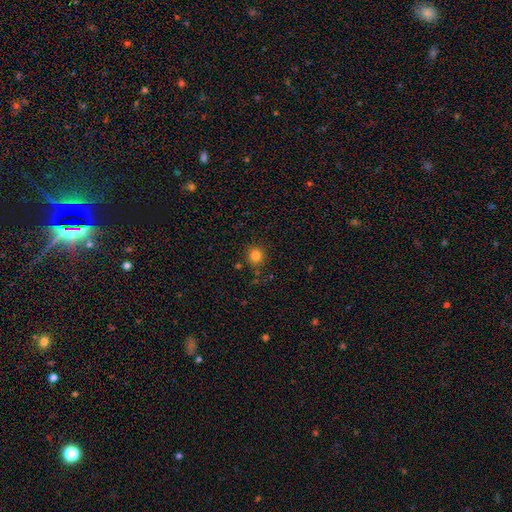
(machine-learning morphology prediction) type=smooth (83%); roundness=round (90%); merging=none (84%).